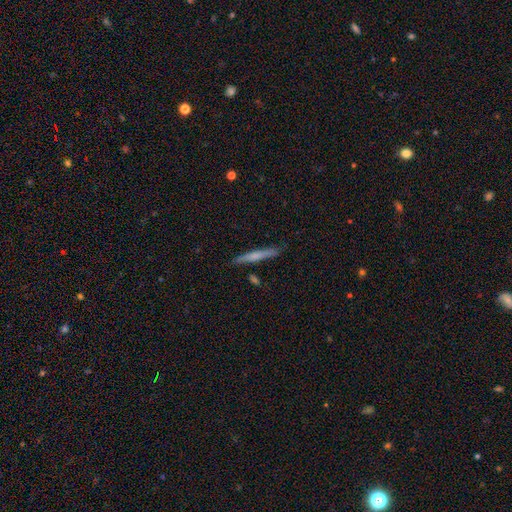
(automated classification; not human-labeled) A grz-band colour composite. It shows a smooth galaxy with no disk features (55%) that is cigar-shaped (95%). Merging: none (85%).